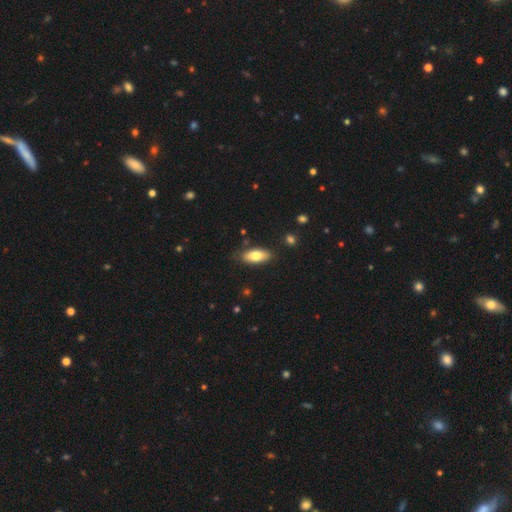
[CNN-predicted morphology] A smooth galaxy with no disk features (77%) that is in between round and cigar-shaped (81%). Merging: none (82%).